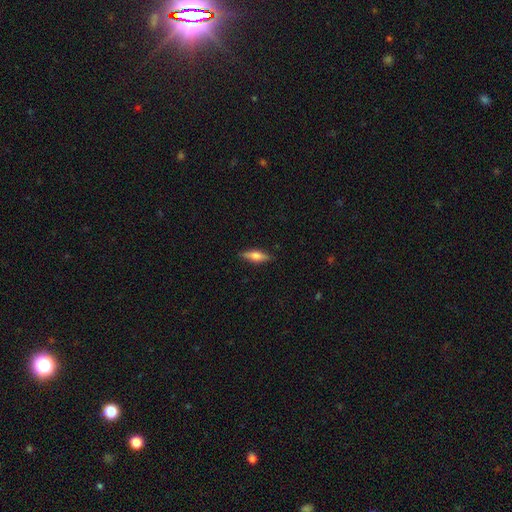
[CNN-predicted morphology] smooth_or_featured: smooth (p=0.58) [alt: featured or disk p=0.36]
how_rounded: cigar-shaped (p=0.54) [alt: in between p=0.43]
merging: none (p=0.87) [alt: minor disturbance p=0.10]